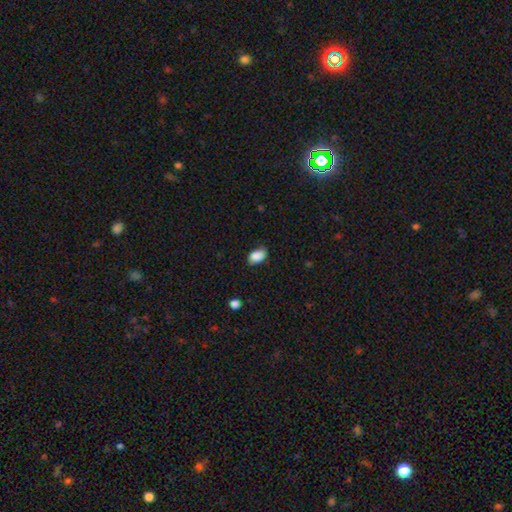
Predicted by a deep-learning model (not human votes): This appears to be a smooth galaxy with no disk features (86%) that is in between round and cigar-shaped (91%). Merging: none (77%).